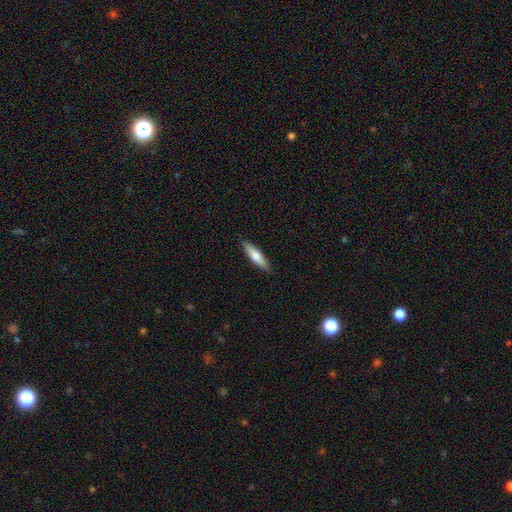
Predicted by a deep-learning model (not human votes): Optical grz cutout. It shows a smooth galaxy with no disk features (66%) that is cigar-shaped (69%). Merging: none (89%).